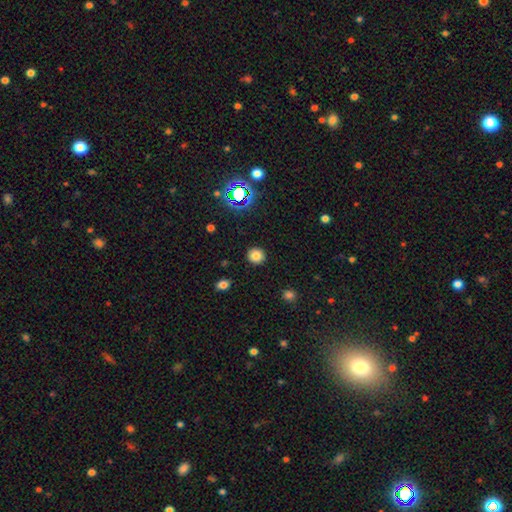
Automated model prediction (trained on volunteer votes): The model was most divided on "smooth or featured": smooth: 80%, star or artifact: 15%, featured or disk: 6%. More confident: merging — none (91%); how rounded — round (90%).